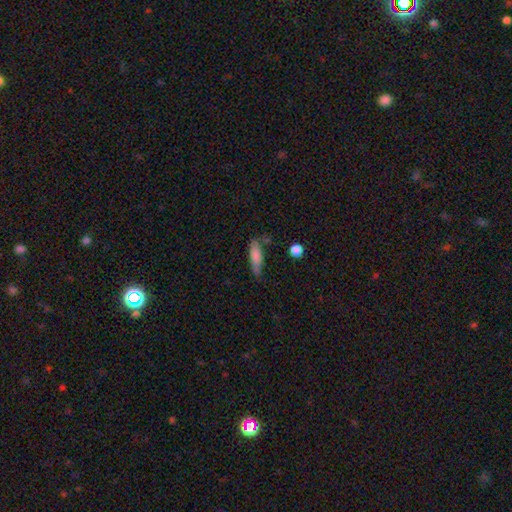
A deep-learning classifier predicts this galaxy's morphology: Smooth or featured?
  - smooth: 78% *
  - featured or disk: 14%
  - star or artifact: 7%
How rounded?
  - cigar-shaped: 57% *
  - in between: 41%
  - round: 2%
Merging?
  - none: 58% *
  - minor disturbance: 29%
  - major disturbance: 7%
  - merger: 6%